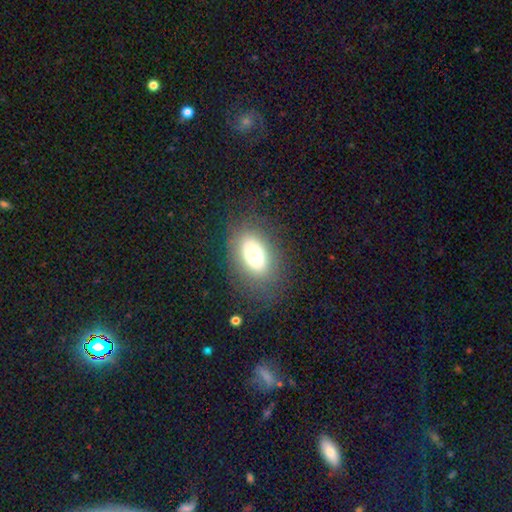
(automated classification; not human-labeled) Smooth or featured? smooth (63%)
How rounded? in between (84%)
Merging? none (77%)